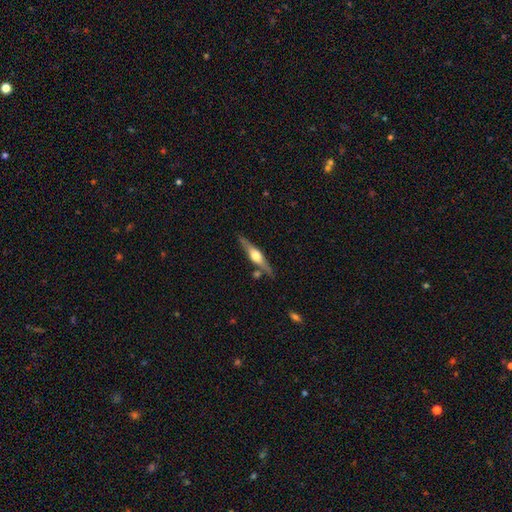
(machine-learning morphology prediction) type=featured or disk (74%); edge-on=yes (97%); edge-on bulge=rounded (92%); merging=none (82%).